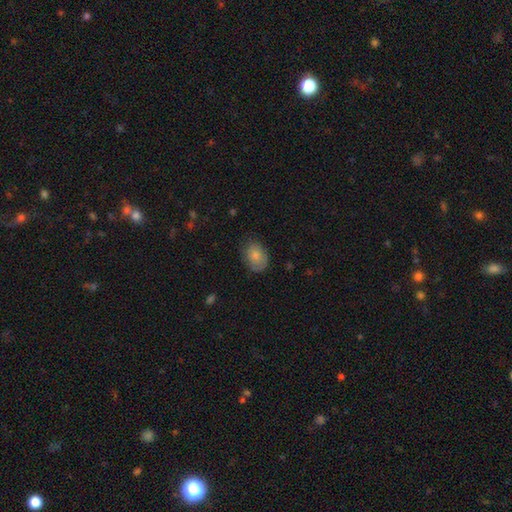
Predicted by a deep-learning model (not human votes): smooth-or-featured: smooth: 77% | featured or disk: 16% | star or artifact: 7%
  how-rounded: in between: 72% | round: 27% | cigar-shaped: 1%
  merging: none: 72% | minor disturbance: 22% | major disturbance: 5% | merger: 1%